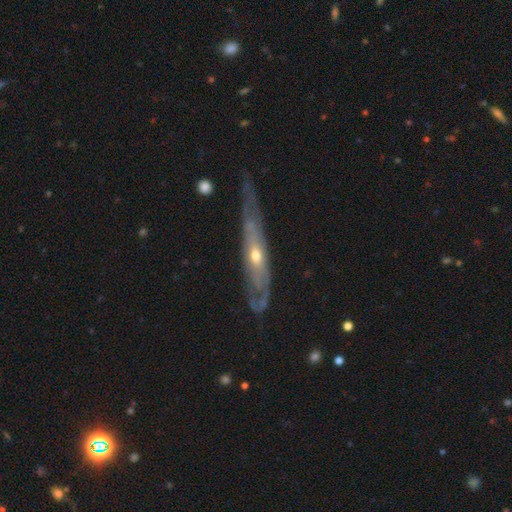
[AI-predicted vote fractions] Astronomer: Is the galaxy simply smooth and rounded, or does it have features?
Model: featured or disk — 78%.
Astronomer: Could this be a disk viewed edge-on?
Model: yes — 50%, tied with no at 50%.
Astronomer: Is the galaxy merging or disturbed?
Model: none — 62%.